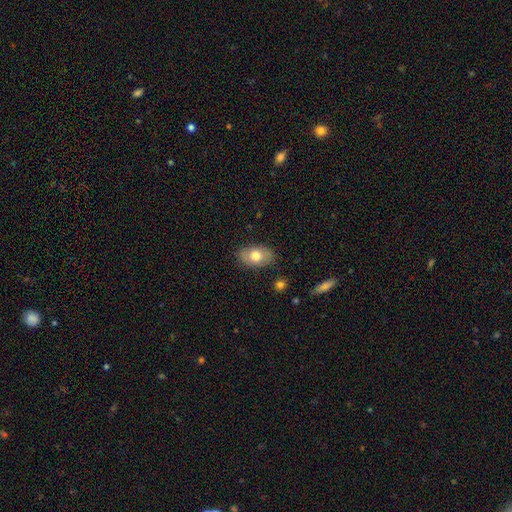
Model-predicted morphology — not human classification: The model was most divided on "smooth or featured": smooth: 74%, featured or disk: 19%, star or artifact: 7%. More confident: how rounded — in between (89%); merging — none (83%).